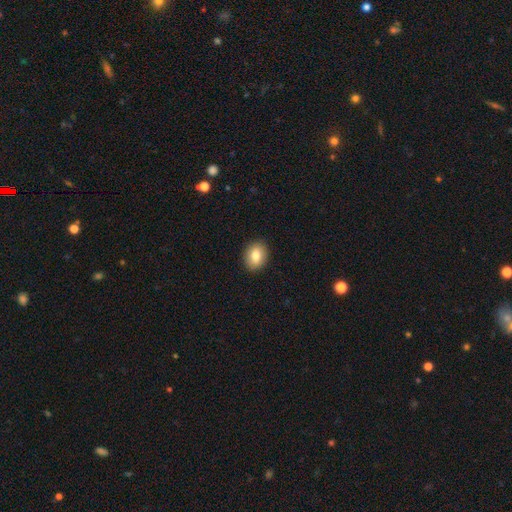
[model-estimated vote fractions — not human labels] Q: Smooth or featured?
A: smooth (80%); runner-up: featured or disk (12%)
Q: How rounded?
A: in between (63%); runner-up: round (36%)
Q: Merging?
A: none (90%); runner-up: minor disturbance (7%)